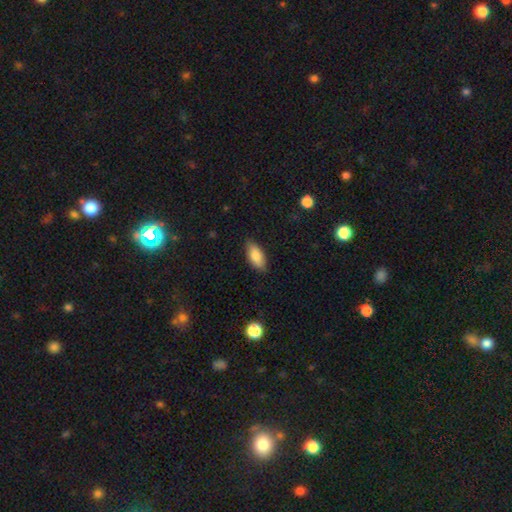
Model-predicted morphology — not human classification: Q: Smooth or featured?
A: smooth (85%); runner-up: featured or disk (9%)
Q: How rounded?
A: in between (86%); runner-up: cigar-shaped (12%)
Q: Merging?
A: none (84%); runner-up: minor disturbance (13%)